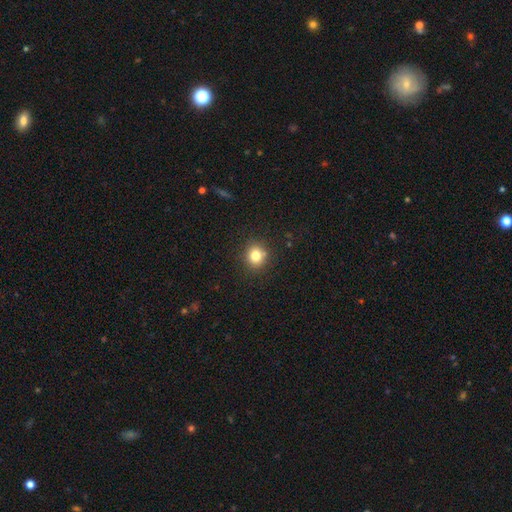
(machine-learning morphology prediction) The model was most divided on "smooth or featured": smooth: 80%, star or artifact: 13%, featured or disk: 7%. More confident: merging — none (86%); how rounded — round (85%).